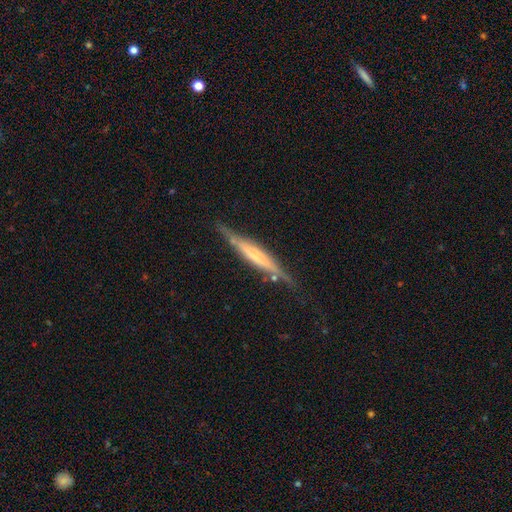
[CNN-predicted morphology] smooth_or_featured: featured or disk (p=0.69) [alt: smooth p=0.25]
disk_edge_on: yes (p=0.94) [alt: no p=0.06]
edge_on_bulge: rounded (p=0.34) [tied with: boxy p=0.34]
merging: none (p=0.75) [alt: minor disturbance p=0.18]